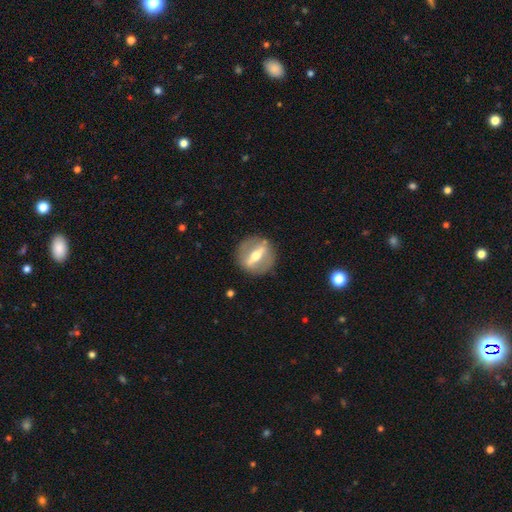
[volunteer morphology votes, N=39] smooth-or-featured: featured or disk: 74% | smooth: 21% | star or artifact: 5%
  disk-edge-on: no: 55% | yes: 45%
    bar: strong: 81% | weak: 19% | no: 0%
    has-spiral-arms: no: 88% | yes: 12%
    bulge-size: moderate: 88% | large: 12% | dominant: 0% | small: 0% | none: 0%
  merging: none: 81% | minor disturbance: 8% | major disturbance: 5% | merger: 5%